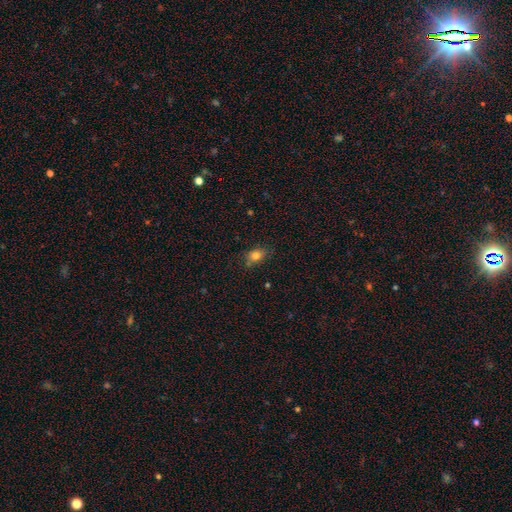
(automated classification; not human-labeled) The model was most divided on "how rounded": in between: 67%, round: 31%, cigar-shaped: 2%. More confident: smooth or featured — smooth (80%); merging — none (74%).